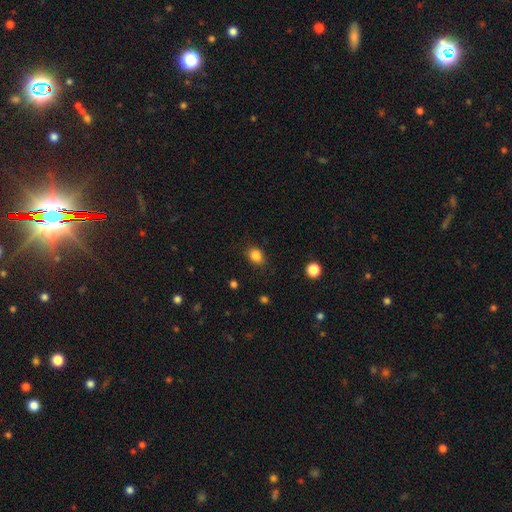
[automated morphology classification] Smooth or featured: smooth — 85% (star or artifact — 11%)
How rounded: in between — 54% (round — 45%)
Merging: none — 82% (minor disturbance — 14%)